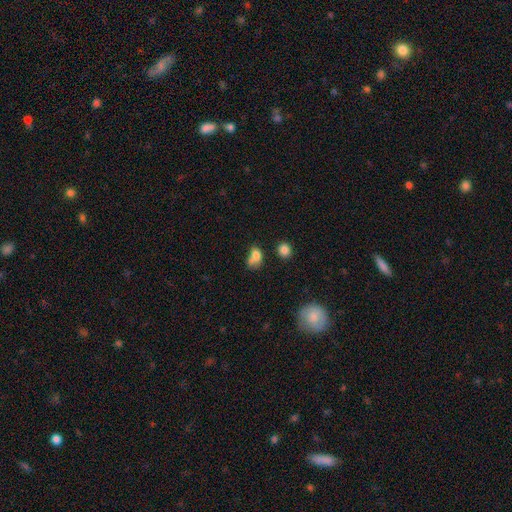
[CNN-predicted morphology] type=smooth (75%); roundness=in between (62%); merging=merger (43%).